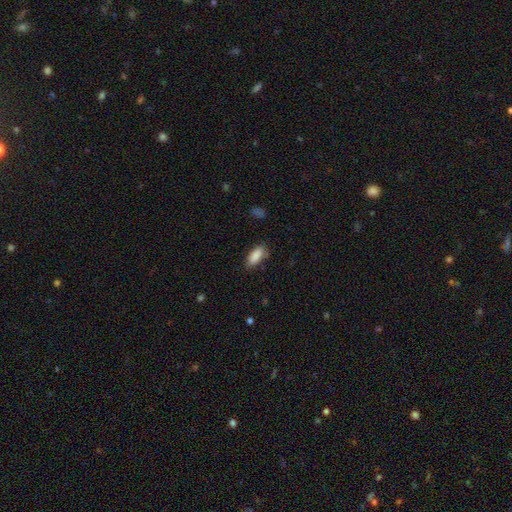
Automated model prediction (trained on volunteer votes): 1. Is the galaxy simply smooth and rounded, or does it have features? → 88% smooth, 7% star or artifact, 5% featured or disk.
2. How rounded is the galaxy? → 81% in between, 17% cigar-shaped, 2% round.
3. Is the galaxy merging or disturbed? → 77% none, 18% minor disturbance, 4% major disturbance, 2% merger.